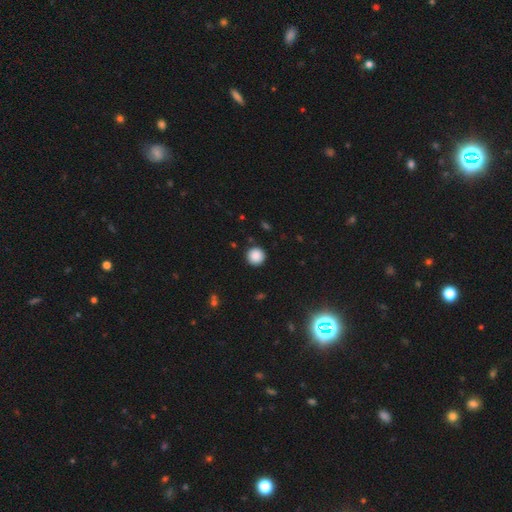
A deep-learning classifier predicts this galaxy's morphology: This appears to be a smooth galaxy with no disk features (88%) that is round (96%). Merging: none (92%).